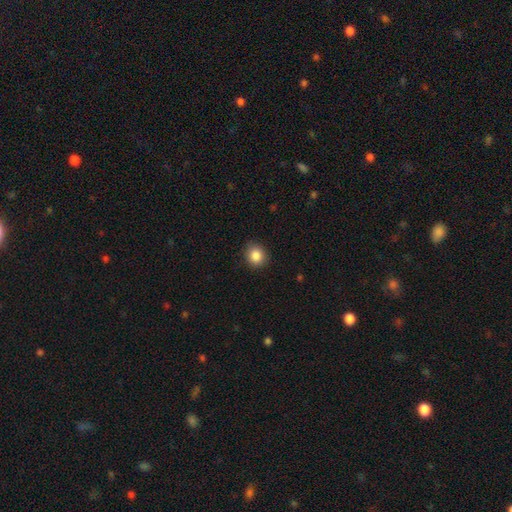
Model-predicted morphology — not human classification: Smooth or featured?
  - smooth: 87% *
  - star or artifact: 9%
  - featured or disk: 4%
How rounded?
  - round: 75% *
  - in between: 24%
  - cigar-shaped: 1%
Merging?
  - none: 88% *
  - minor disturbance: 9%
  - major disturbance: 2%
  - merger: 1%